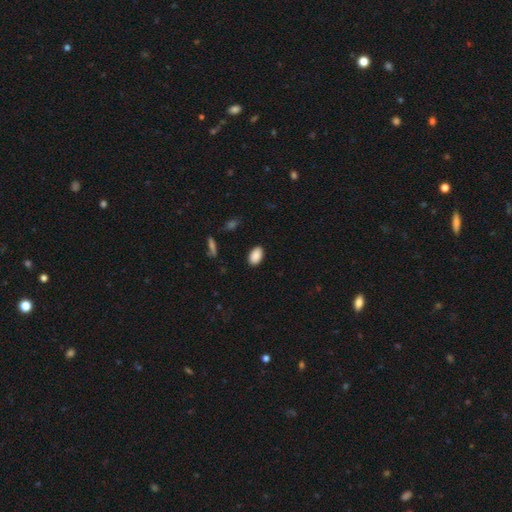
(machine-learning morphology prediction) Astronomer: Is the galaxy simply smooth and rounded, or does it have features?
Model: smooth — 89%.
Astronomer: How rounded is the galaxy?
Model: in between — 92%.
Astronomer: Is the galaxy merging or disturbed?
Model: none — 87%.